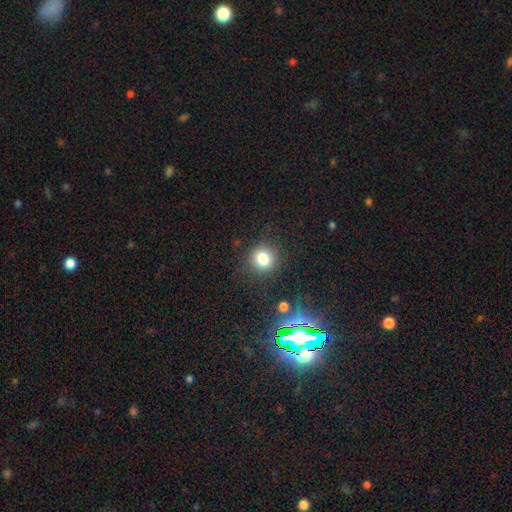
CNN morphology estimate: Smooth or featured?
  - smooth: 54% *
  - star or artifact: 38%
  - featured or disk: 8%
How rounded?
  - round: 93% *
  - in between: 6%
  - cigar-shaped: 1%
Merging?
  - none: 90% *
  - minor disturbance: 6%
  - major disturbance: 3%
  - merger: 2%